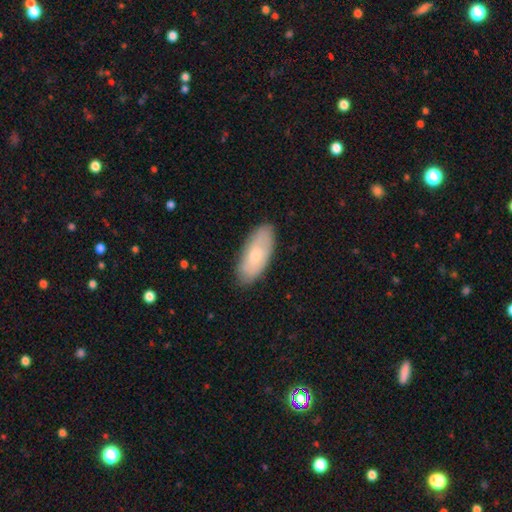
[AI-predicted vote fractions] Smooth or featured?
  - smooth: 66% *
  - featured or disk: 28%
  - star or artifact: 6%
How rounded?
  - in between: 86% *
  - cigar-shaped: 12%
  - round: 2%
Merging?
  - none: 82% *
  - minor disturbance: 14%
  - major disturbance: 3%
  - merger: 1%